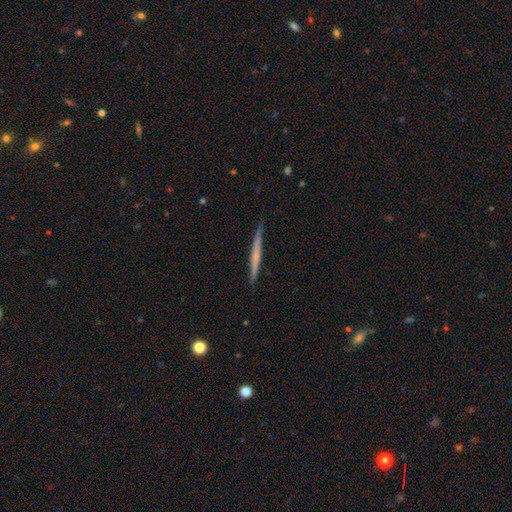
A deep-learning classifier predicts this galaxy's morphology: Smooth or featured: featured or disk — 52% (smooth — 42%)
Edge-on disk: yes — 97% (no — 3%)
Edge-on bulge: none — 76% (rounded — 17%)
Merging: none — 89% (minor disturbance — 8%)